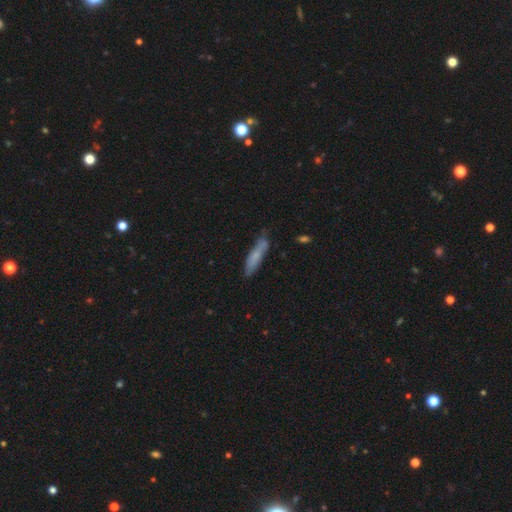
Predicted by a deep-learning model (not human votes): This is likely a smooth galaxy (67%). How rounded: likely cigar-shaped (78%). Merging: likely none (69%).